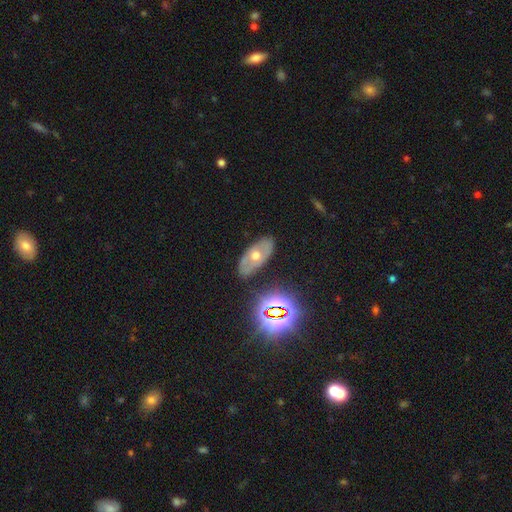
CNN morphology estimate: A featured or disk galaxy (50%).

Vote fractions:
- Smooth or featured? featured or disk: 50% / smooth: 33% / star or artifact: 18%
- Merging? none: 80% / minor disturbance: 14% / major disturbance: 4% / merger: 2%